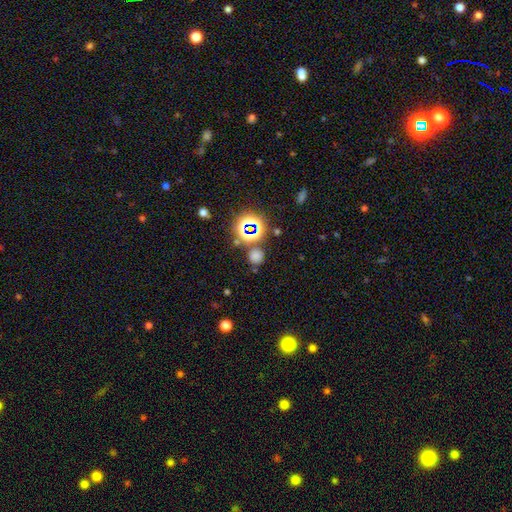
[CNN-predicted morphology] A smooth galaxy with no disk features (60%) that is round (89%).

Vote fractions:
- Smooth or featured? smooth: 60% / star or artifact: 34% / featured or disk: 6%
- How rounded? round: 89% / in between: 10% / cigar-shaped: 1%
- Merging? none: 77% / minor disturbance: 10% / merger: 9% / major disturbance: 4%